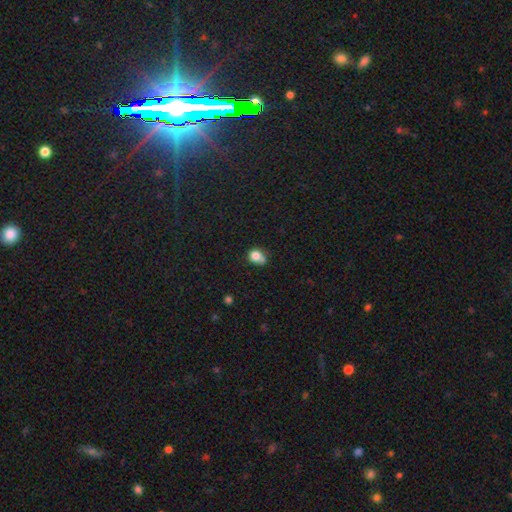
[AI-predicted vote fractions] smooth 79%, star or artifact 12%, featured or disk 9%. Down the decision tree: how rounded — round (64%); merging — none (42%).